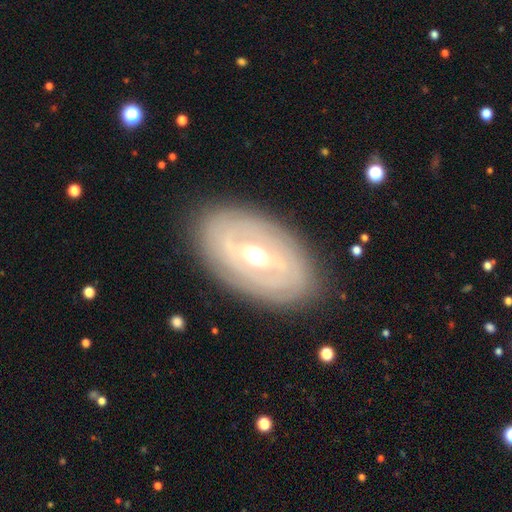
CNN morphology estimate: This is likely a featured or disk galaxy (79%). It is clearly not viewed edge-on (93%). Bar: marginally weak (41%). Spiral arm pattern: likely yes (72%). Spiral arm count: marginally can't tell (43%). Spiral winding: likely tight (72%). Central bulge: likely moderate (73%). Merging: clearly none (84%).